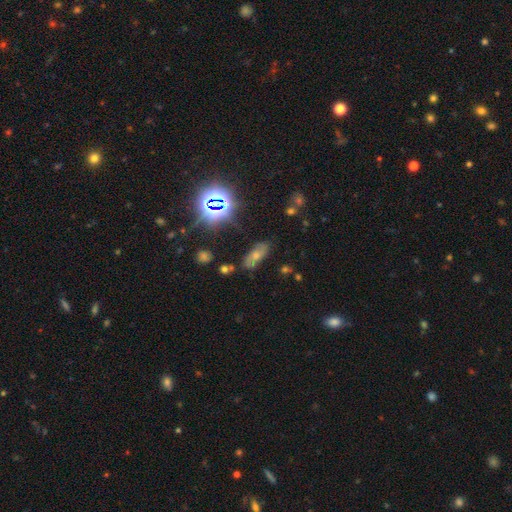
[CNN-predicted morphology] A smooth galaxy with no disk features (42%).

Vote fractions:
- Smooth or featured? smooth: 42% / featured or disk: 35% / star or artifact: 23%
- Merging? none: 69% / minor disturbance: 19% / major disturbance: 7% / merger: 5%